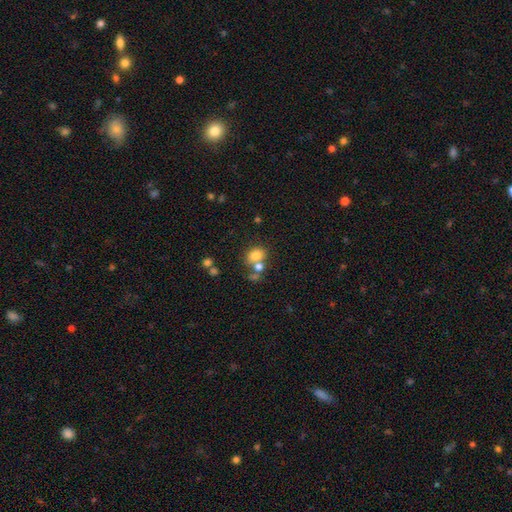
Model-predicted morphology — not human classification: Q: Smooth or featured?
A: smooth (77%); runner-up: star or artifact (12%)
Q: How rounded?
A: in between (50%); runner-up: round (49%)
Q: Merging?
A: none (48%); runner-up: merger (35%)